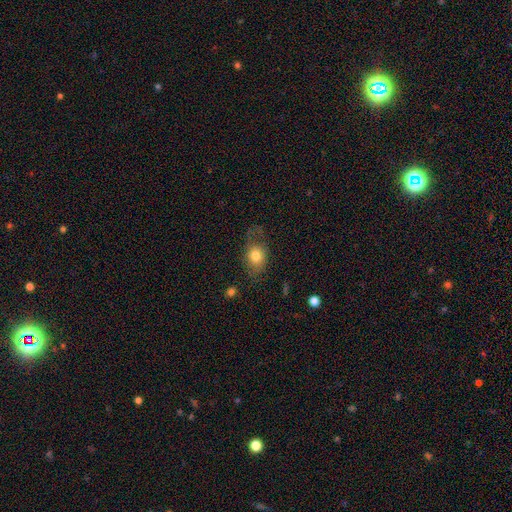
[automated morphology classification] This is likely a smooth galaxy (73%). How rounded: likely in between (62%). Merging: possibly none (52%).